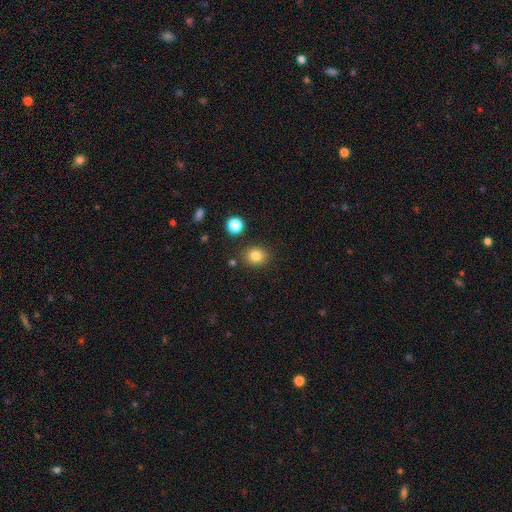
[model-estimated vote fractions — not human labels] smooth_or_featured: smooth (p=0.82) [alt: star or artifact p=0.12]
how_rounded: round (p=0.65) [alt: in between p=0.34]
merging: none (p=0.85) [alt: minor disturbance p=0.09]